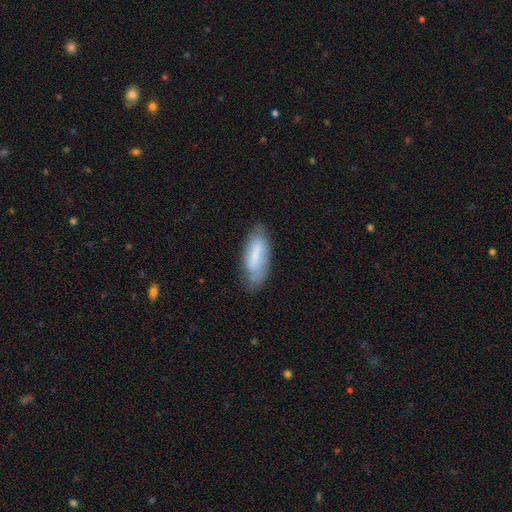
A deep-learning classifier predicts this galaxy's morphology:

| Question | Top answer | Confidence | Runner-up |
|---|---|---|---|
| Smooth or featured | smooth | 69% | featured or disk (24%) |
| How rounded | in between | 70% | cigar-shaped (28%) |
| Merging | none | 67% | minor disturbance (24%) |